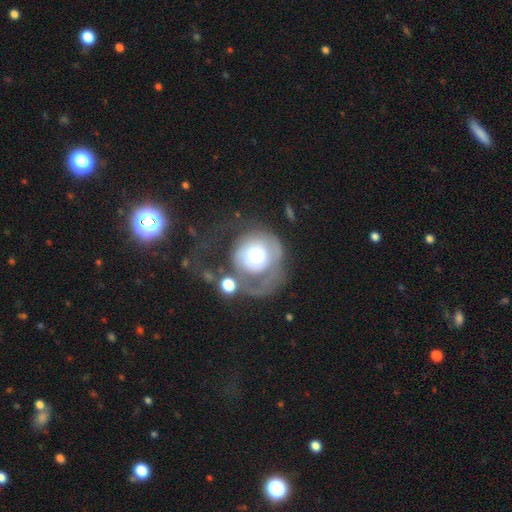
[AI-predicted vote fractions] A featured or disk galaxy (47%). Merging: major disturbance (53%).